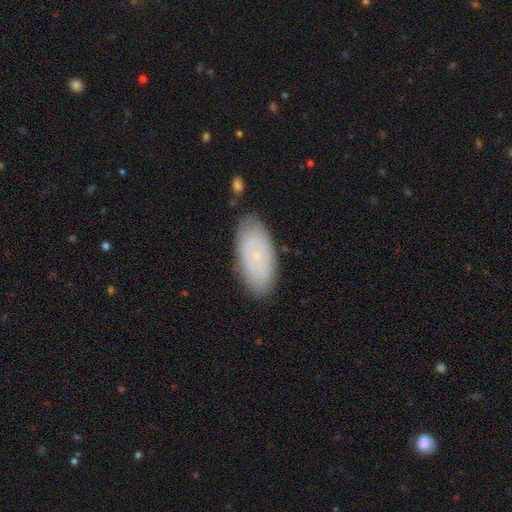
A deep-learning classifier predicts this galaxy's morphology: A smooth galaxy with no disk features (51%) that is in between round and cigar-shaped (91%).

Vote fractions:
- Smooth or featured? smooth: 51% / featured or disk: 41% / star or artifact: 8%
- How rounded? in between: 91% / cigar-shaped: 6% / round: 3%
- Merging? none: 80% / minor disturbance: 15% / major disturbance: 3% / merger: 2%